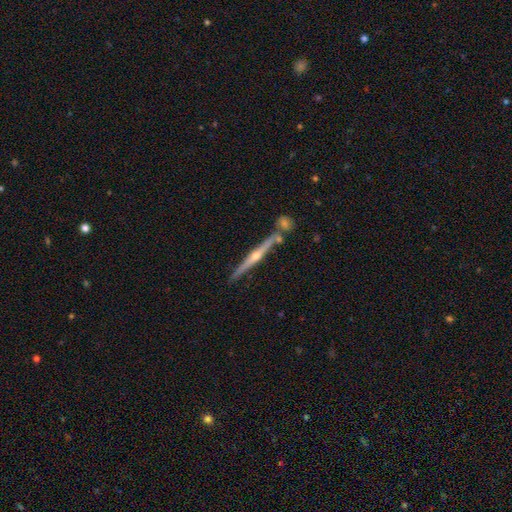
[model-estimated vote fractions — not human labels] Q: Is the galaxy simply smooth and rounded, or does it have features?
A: featured or disk — 81%.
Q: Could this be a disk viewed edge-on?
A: yes — 98%.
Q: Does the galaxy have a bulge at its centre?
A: rounded — 87%.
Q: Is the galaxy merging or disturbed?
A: none — 79%.